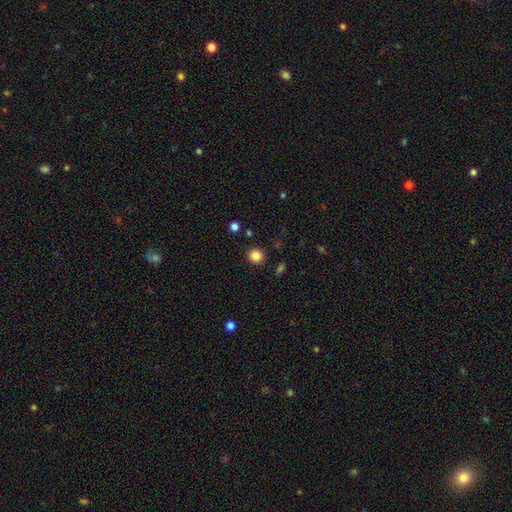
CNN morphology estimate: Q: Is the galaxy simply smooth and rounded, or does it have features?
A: smooth — 85%.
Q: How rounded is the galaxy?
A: round — 93%.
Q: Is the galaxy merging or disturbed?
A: none — 92%.